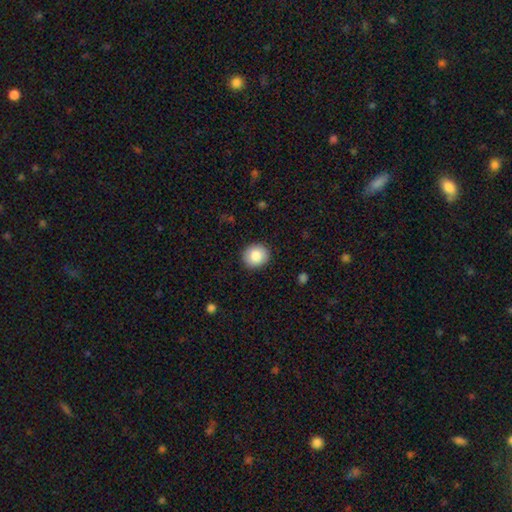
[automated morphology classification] Smooth or featured? smooth (83%)
How rounded? round (85%)
Merging? none (91%)